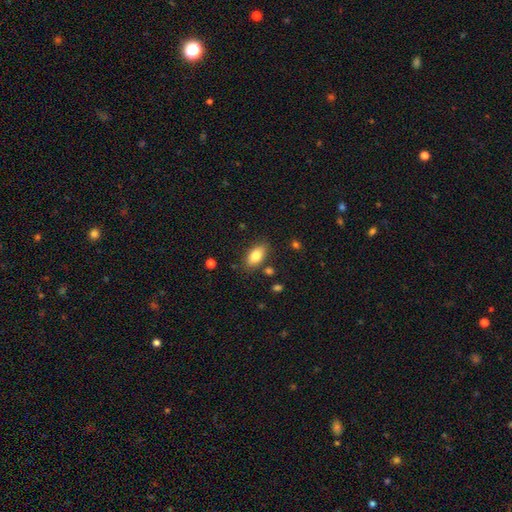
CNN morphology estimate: smooth 83%, featured or disk 10%, star or artifact 7%. Down the decision tree: how rounded — in between (90%); merging — none (82%).